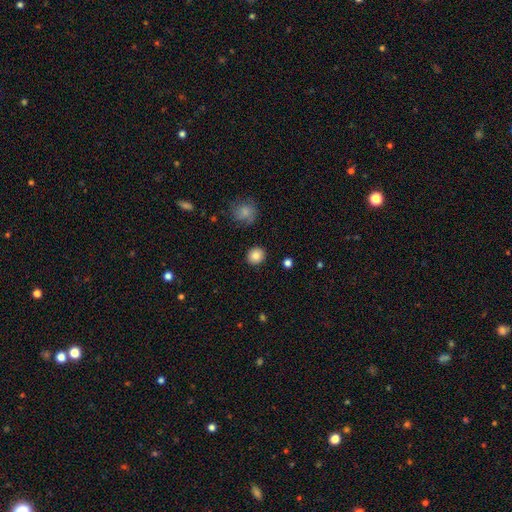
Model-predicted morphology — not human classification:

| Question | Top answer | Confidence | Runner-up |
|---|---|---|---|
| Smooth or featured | smooth | 85% | star or artifact (10%) |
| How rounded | round | 86% | in between (13%) |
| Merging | none | 89% | minor disturbance (7%) |